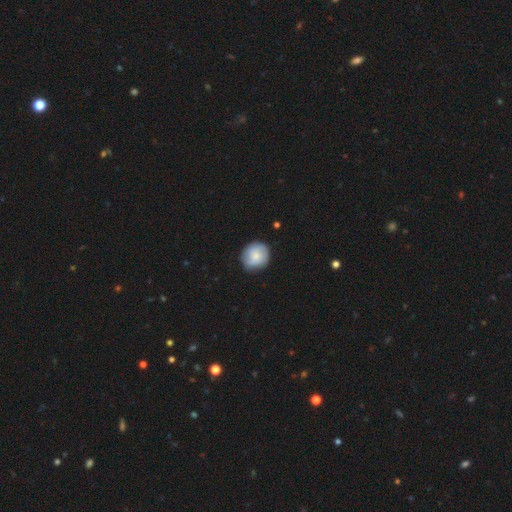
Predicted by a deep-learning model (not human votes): This is likely a smooth galaxy (68%). How rounded: clearly round (86%). Merging: clearly none (83%).